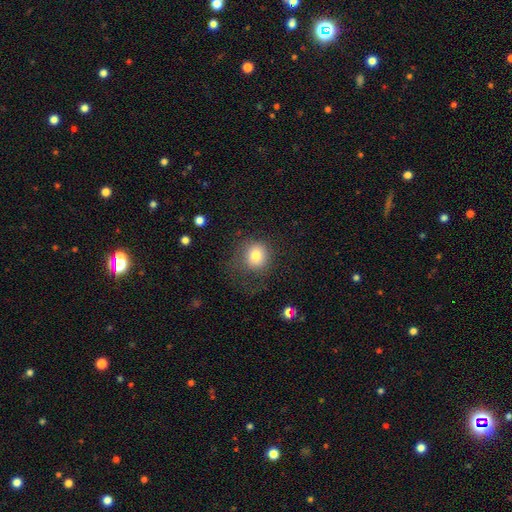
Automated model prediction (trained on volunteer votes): Overall: smooth (79%). How rounded: round (86%). Merging: none (64%).